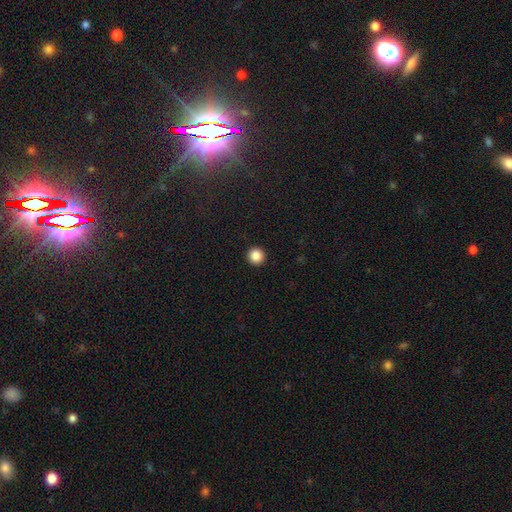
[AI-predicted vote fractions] This appears to be a smooth galaxy with no disk features (86%) that is round (96%). Merging: none (94%).